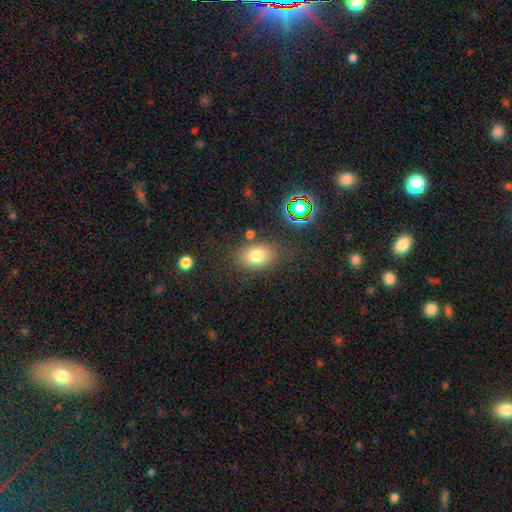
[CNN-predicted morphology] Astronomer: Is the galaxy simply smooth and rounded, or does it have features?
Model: smooth — 77%.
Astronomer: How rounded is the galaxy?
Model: in between — 77%.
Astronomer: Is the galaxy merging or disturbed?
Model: none — 76%.